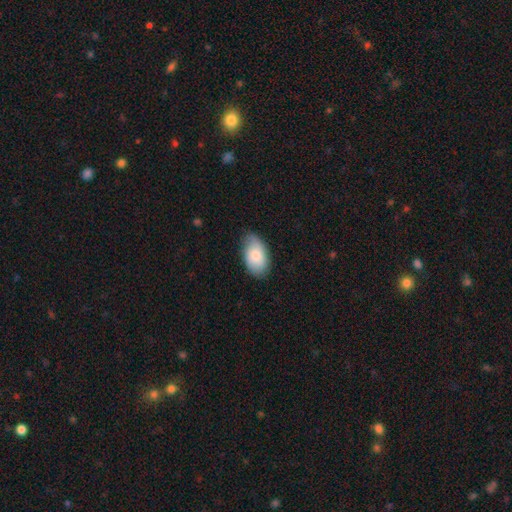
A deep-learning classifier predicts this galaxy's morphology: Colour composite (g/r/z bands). It shows a smooth galaxy with no disk features (77%) that is in between round and cigar-shaped (93%). Merging: none (76%).